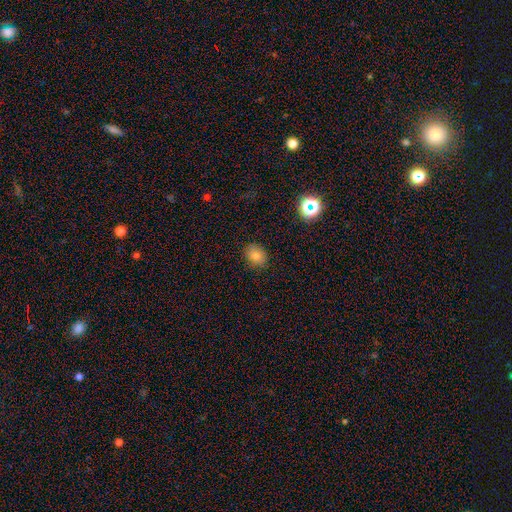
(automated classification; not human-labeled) A smooth galaxy with no disk features (80%) that is in between round and cigar-shaped (61%).

Vote fractions:
- Smooth or featured? smooth: 80% / star or artifact: 13% / featured or disk: 7%
- How rounded? in between: 61% / round: 38% / cigar-shaped: 1%
- Merging? none: 86% / minor disturbance: 10% / major disturbance: 3% / merger: 1%